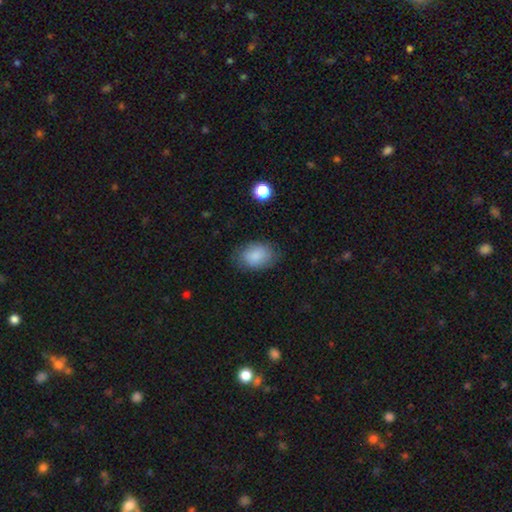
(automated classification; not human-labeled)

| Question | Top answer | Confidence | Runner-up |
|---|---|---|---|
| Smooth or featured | smooth | 84% | featured or disk (9%) |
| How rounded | in between | 80% | round (19%) |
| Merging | none | 76% | minor disturbance (18%) |